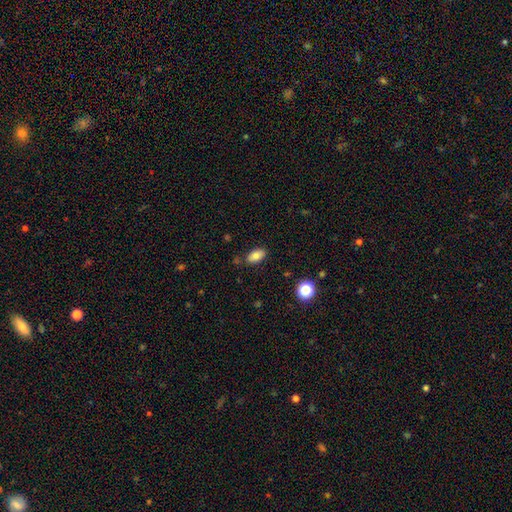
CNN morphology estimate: This is clearly a smooth galaxy (81%). How rounded: clearly in between (91%). Merging: clearly none (81%).